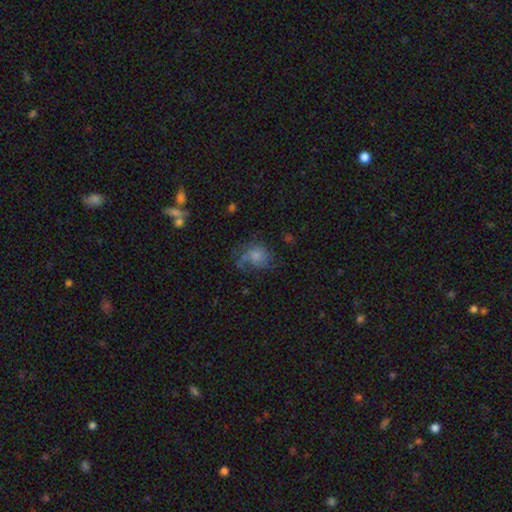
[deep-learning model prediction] smooth_or_featured: smooth (p=0.58) [alt: featured or disk p=0.30]
how_rounded: round (p=0.53) [alt: in between p=0.46]
merging: none (p=0.41) [alt: major disturbance p=0.30]